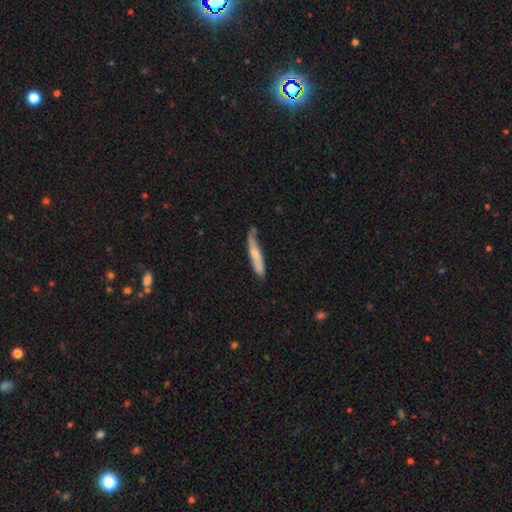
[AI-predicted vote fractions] Smooth or featured? Predicted: smooth (p=0.57). How rounded? Predicted: cigar-shaped (p=0.89). Merging? Predicted: none (p=0.62).